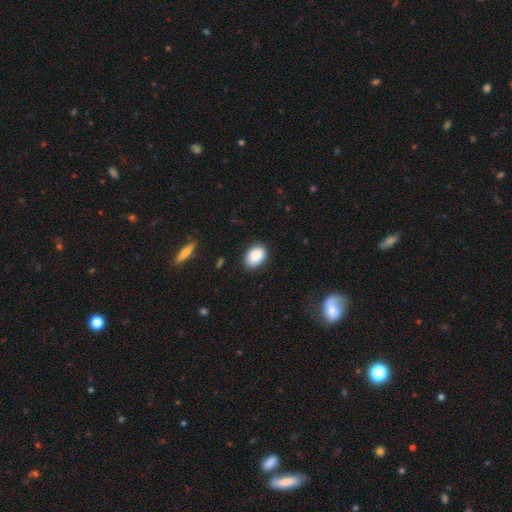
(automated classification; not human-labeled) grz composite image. It shows a smooth galaxy with no disk features (88%) that is in between round and cigar-shaped (78%). Merging: none (84%).